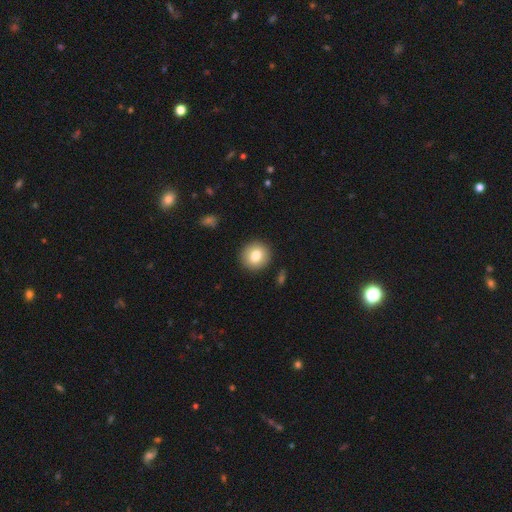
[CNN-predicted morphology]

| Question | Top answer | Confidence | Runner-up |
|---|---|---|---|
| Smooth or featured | smooth | 80% | featured or disk (12%) |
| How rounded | round | 88% | in between (11%) |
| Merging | none | 91% | minor disturbance (6%) |